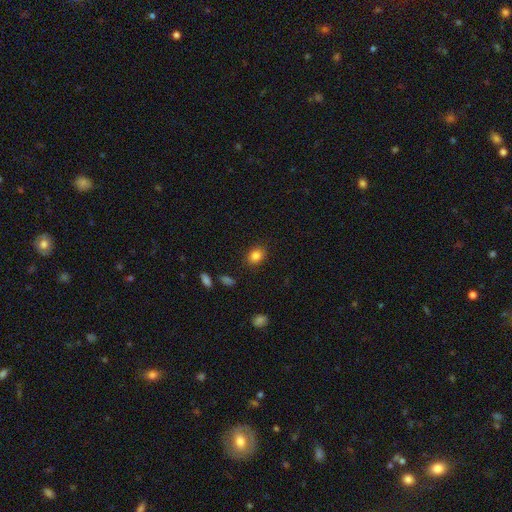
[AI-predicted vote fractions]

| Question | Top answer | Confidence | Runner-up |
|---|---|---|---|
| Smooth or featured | smooth | 83% | star or artifact (10%) |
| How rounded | in between | 51% | round (48%) |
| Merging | none | 87% | minor disturbance (9%) |